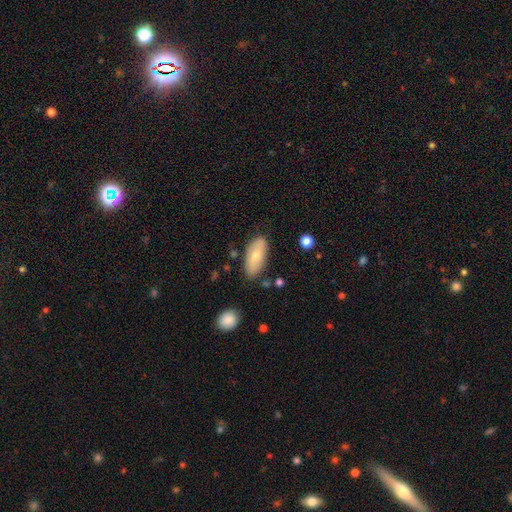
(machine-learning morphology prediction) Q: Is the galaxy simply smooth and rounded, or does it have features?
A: smooth — 72%.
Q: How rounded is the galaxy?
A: in between — 89%.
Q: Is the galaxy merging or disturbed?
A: none — 79%.